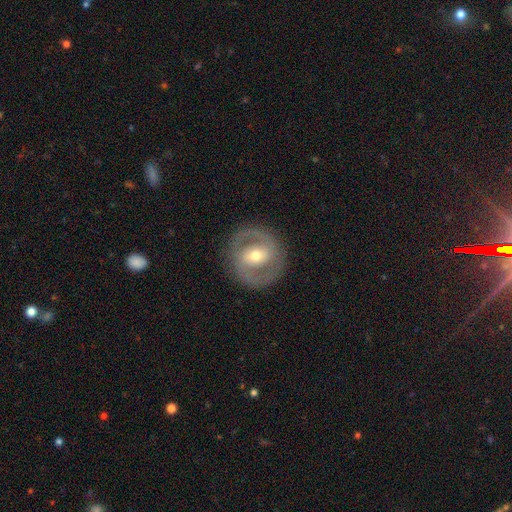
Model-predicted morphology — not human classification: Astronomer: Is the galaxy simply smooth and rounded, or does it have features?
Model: featured or disk — 77%.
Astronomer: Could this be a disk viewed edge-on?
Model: no — 97%.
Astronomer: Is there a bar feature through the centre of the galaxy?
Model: weak — 41% (runner-up: no, 31%).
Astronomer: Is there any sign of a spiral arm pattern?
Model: yes — 75%.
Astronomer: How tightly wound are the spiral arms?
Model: medium — 49% (runner-up: tight, 35%).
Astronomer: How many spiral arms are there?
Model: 2 — 87%.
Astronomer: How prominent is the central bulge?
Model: moderate — 62%.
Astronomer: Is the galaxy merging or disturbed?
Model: none — 86%.